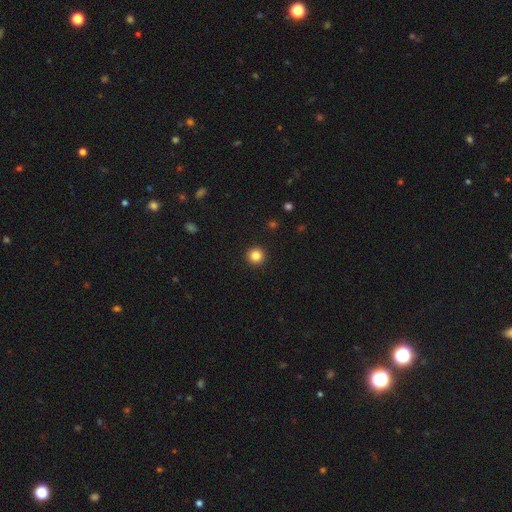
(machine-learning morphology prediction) smooth-or-featured: smooth: 84% | star or artifact: 11% | featured or disk: 5%
  how-rounded: round: 96% | in between: 3% | cigar-shaped: 1%
  merging: none: 93% | minor disturbance: 4% | major disturbance: 2% | merger: 1%